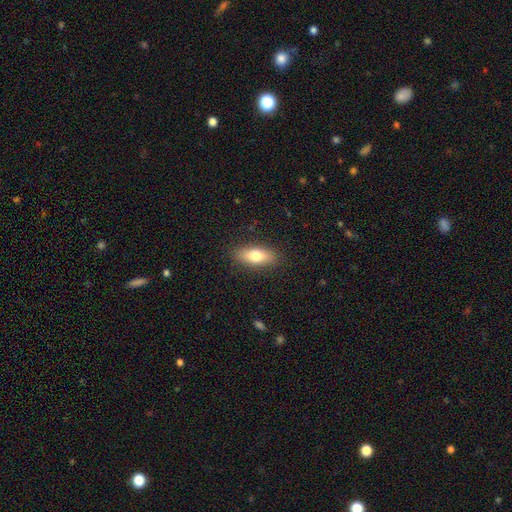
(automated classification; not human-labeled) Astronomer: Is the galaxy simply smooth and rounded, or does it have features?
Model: smooth — 72%.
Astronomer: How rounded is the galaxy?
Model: in between — 74%.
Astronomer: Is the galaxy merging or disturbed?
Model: none — 87%.